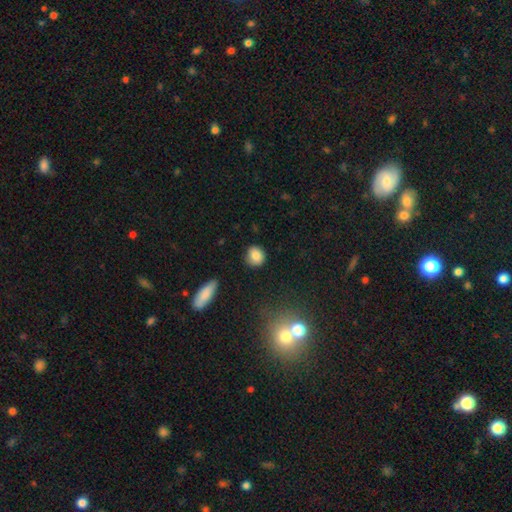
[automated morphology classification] The model was most divided on "how rounded": round: 81%, in between: 17%, cigar-shaped: 2%. More confident: smooth or featured — smooth (84%); merging — none (84%).